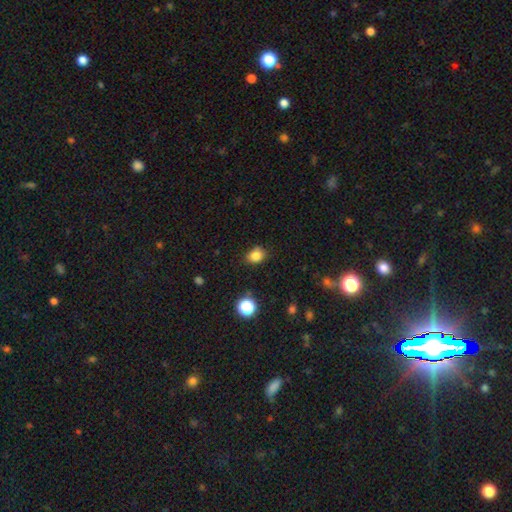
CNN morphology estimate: This is clearly a smooth galaxy (83%). How rounded: possibly in between (51%). Merging: likely none (78%).